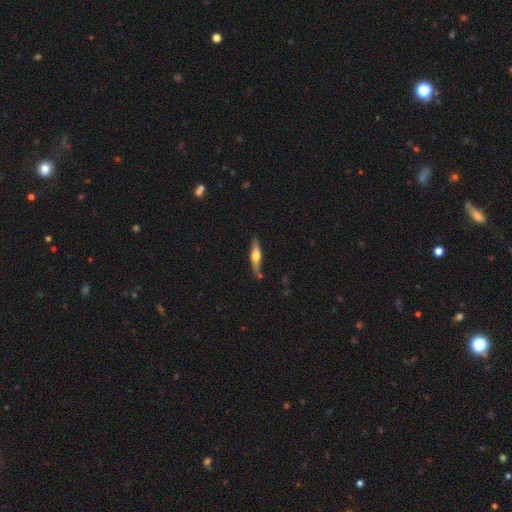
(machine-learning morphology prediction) featured or disk 52%, smooth 42%, star or artifact 6%. Down the decision tree: edge-on disk — yes (93%); merging — none (80%).